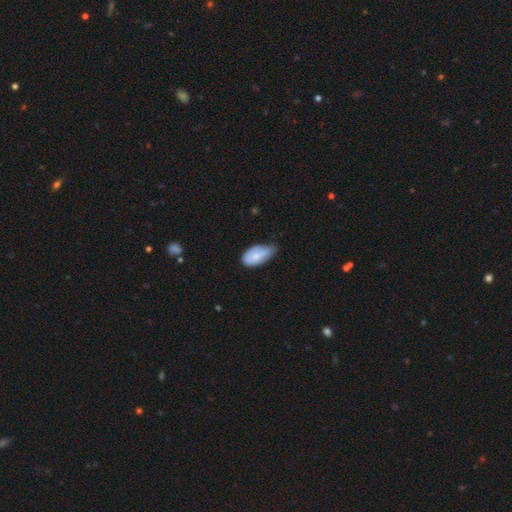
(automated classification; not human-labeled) This is likely a smooth galaxy (74%). How rounded: clearly in between (94%). Merging: possibly minor disturbance (50%).